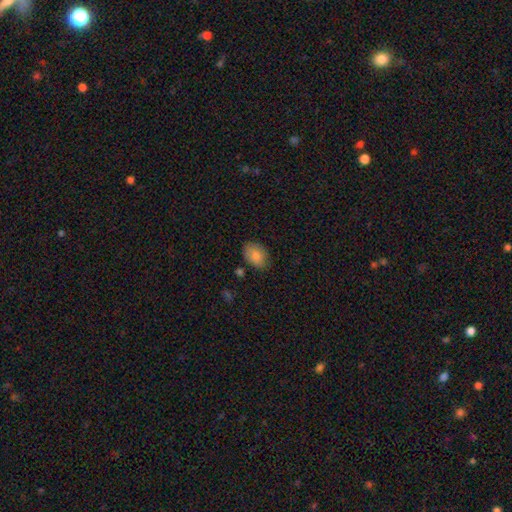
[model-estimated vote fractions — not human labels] Smooth or featured? Predicted: smooth (p=0.84). How rounded? Predicted: in between (p=0.82). Merging? Predicted: none (p=0.79).